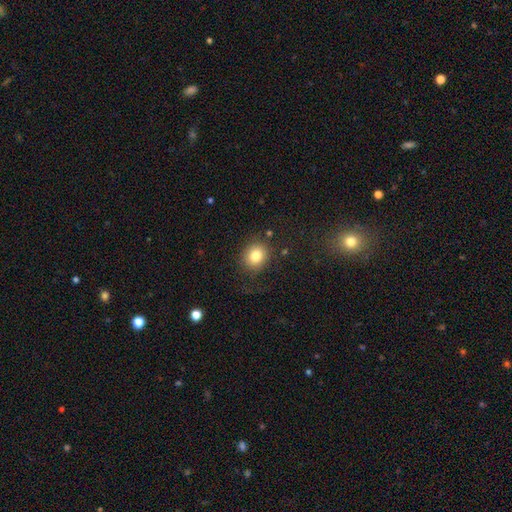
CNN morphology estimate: smooth_or_featured: smooth (p=0.81) [alt: star or artifact p=0.10]
how_rounded: round (p=0.73) [alt: in between p=0.26]
merging: none (p=0.81) [alt: minor disturbance p=0.11]